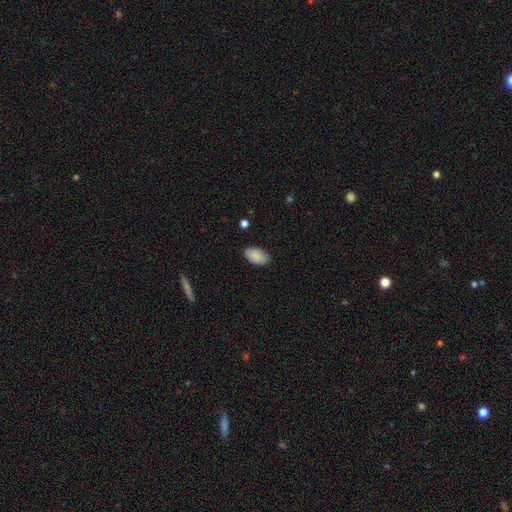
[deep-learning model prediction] A smooth galaxy with no disk features (89%) that is in between round and cigar-shaped (94%).

Vote fractions:
- Smooth or featured? smooth: 89% / star or artifact: 7% / featured or disk: 4%
- How rounded? in between: 94% / round: 4% / cigar-shaped: 2%
- Merging? none: 85% / minor disturbance: 12% / major disturbance: 2% / merger: 1%